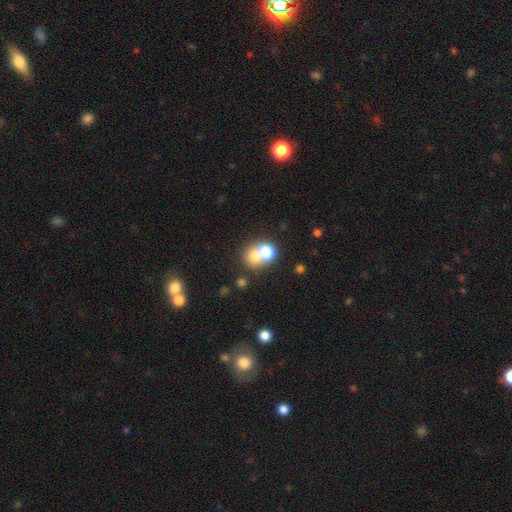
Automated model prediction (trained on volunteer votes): smooth 70%, featured or disk 16%, star or artifact 14%. Down the decision tree: how rounded — round (74%); merging — merger (57%).